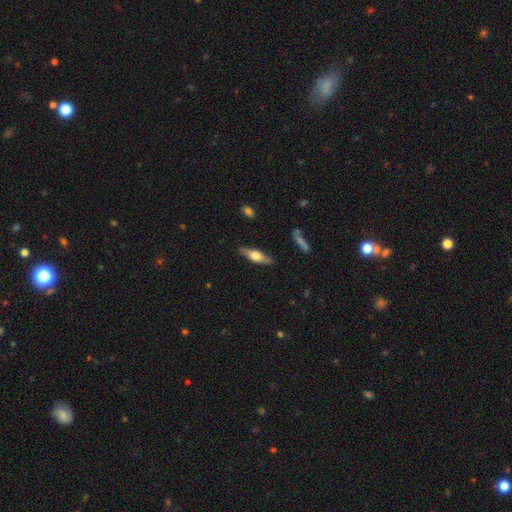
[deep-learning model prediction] A smooth galaxy with no disk features (47%, tied with featured or disk).

Vote fractions:
- Smooth or featured? smooth: 47% (tied) / featured or disk: 47% (tied) / star or artifact: 6%
- Merging? none: 87% / minor disturbance: 10% / major disturbance: 2% / merger: 1%